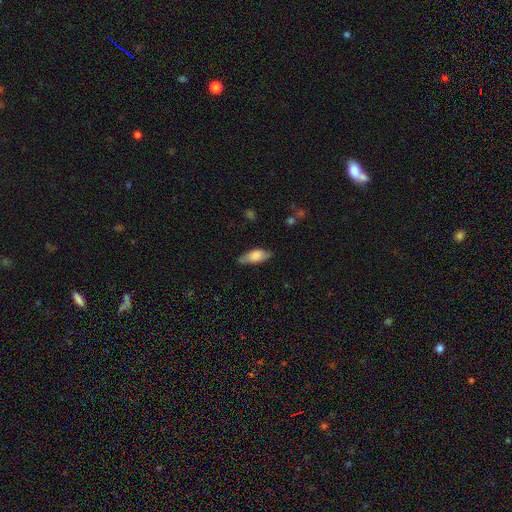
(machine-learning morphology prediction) Q: Smooth or featured?
A: smooth (76%); runner-up: featured or disk (18%)
Q: How rounded?
A: in between (74%); runner-up: cigar-shaped (23%)
Q: Merging?
A: none (74%); runner-up: minor disturbance (21%)